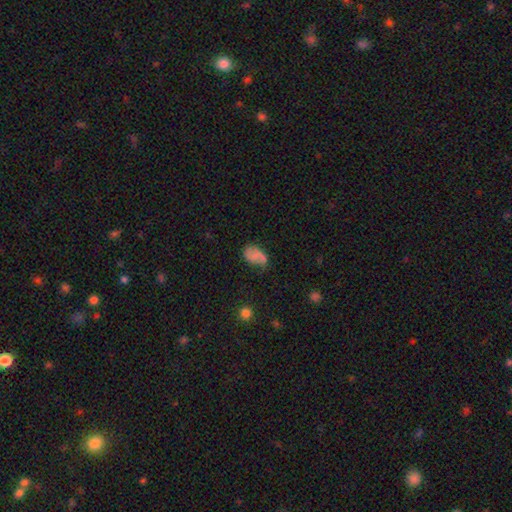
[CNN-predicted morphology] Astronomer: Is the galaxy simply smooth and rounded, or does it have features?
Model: smooth — 59%.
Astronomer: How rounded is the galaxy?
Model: in between — 86%.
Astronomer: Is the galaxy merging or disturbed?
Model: none — 41% (runner-up: minor disturbance, 34%).